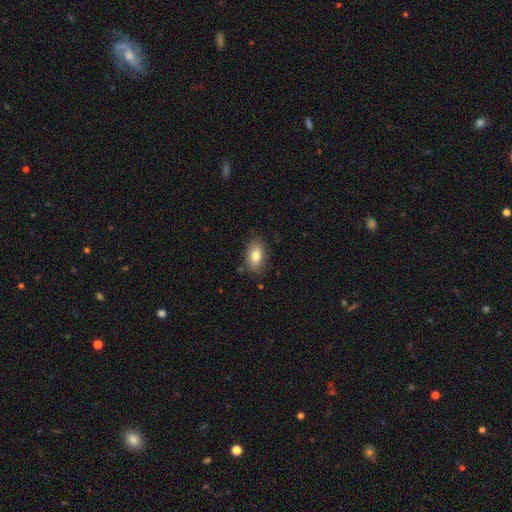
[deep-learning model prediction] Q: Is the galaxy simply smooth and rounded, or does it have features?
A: smooth — 80%.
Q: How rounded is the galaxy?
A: in between — 88%.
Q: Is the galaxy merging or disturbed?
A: none — 83%.